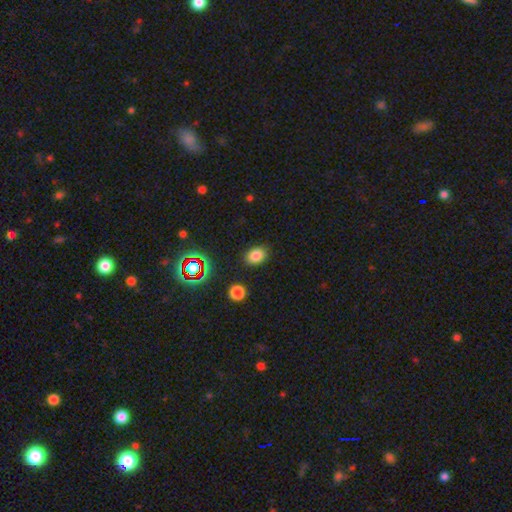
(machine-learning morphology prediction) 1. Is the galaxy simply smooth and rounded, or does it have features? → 79% smooth, 15% star or artifact, 6% featured or disk.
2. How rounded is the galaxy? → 68% in between, 31% round, 1% cigar-shaped.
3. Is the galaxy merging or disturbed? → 85% none, 10% minor disturbance, 3% major disturbance, 2% merger.